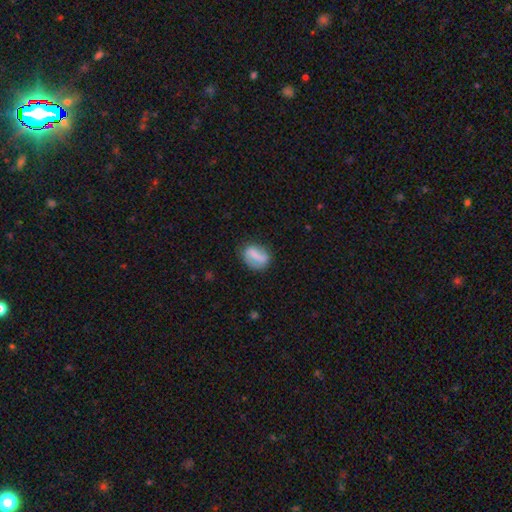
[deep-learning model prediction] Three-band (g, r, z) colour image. It shows a smooth galaxy with no disk features (54%) that is in between round and cigar-shaped (62%). Merging: none (68%).